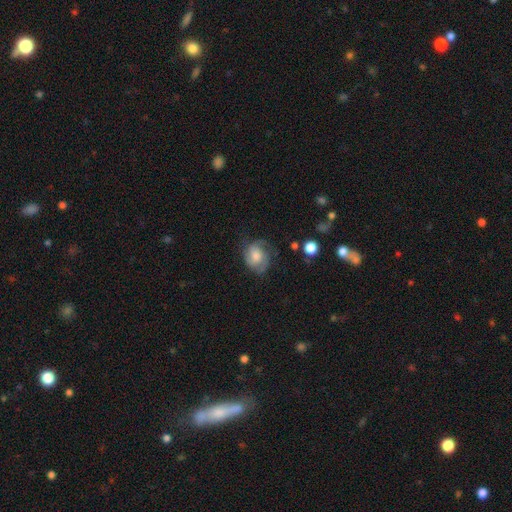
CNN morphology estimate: A featured or disk galaxy (58%) with no bar (66%), spiral arms (88%) and a moderate central bulge (46%).

Vote fractions:
- Smooth or featured? featured or disk: 58% / smooth: 34% / star or artifact: 8%
- Edge-on disk? no: 97% / yes: 3%
- Bar? no: 66% / weak: 29% / strong: 5%
- Spiral arms? yes: 88% / no: 12%
- Bulge size? moderate: 46% / large: 26% / small: 17% / none: 8% / dominant: 3%
- Merging? none: 60% / minor disturbance: 25% / major disturbance: 14% / merger: 2%